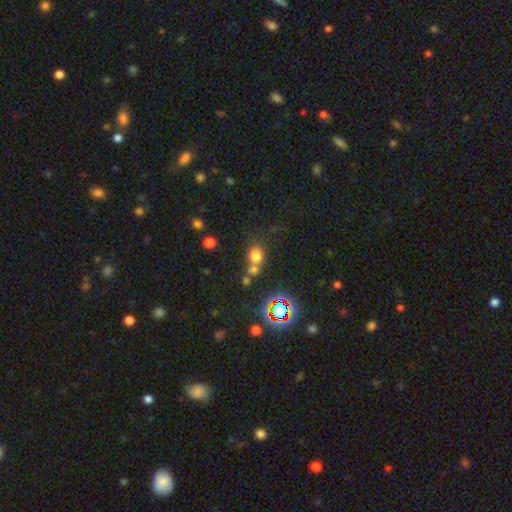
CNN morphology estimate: Smooth or featured? Predicted: smooth (p=0.70). How rounded? Predicted: round (p=0.74). Merging? Predicted: none (p=0.48).